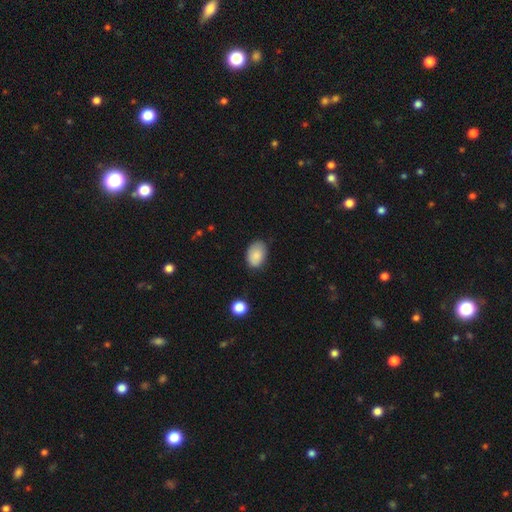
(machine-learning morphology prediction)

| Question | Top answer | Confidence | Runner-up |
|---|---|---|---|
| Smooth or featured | smooth | 86% | star or artifact (8%) |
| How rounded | in between | 85% | round (14%) |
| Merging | none | 72% | minor disturbance (23%) |